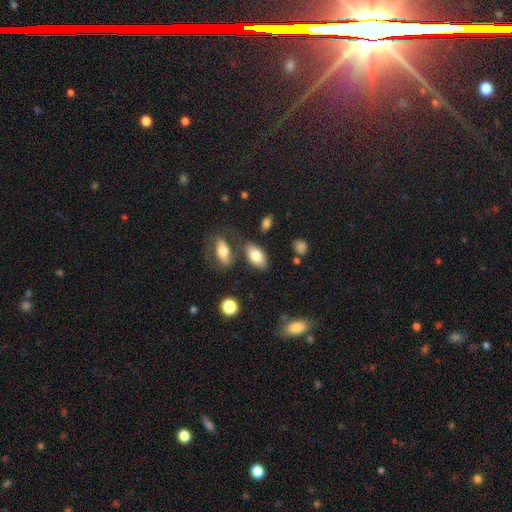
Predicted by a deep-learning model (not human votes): Smooth or featured? smooth (79%)
How rounded? in between (93%)
Merging? none (72%)